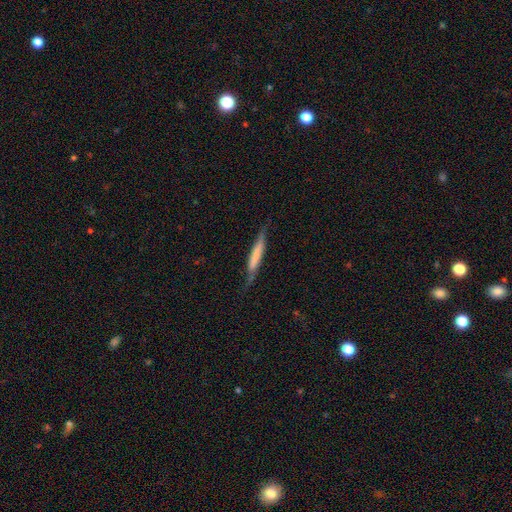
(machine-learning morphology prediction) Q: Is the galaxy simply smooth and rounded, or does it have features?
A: smooth — 52%.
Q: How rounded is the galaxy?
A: cigar-shaped — 91%.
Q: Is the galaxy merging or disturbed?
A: none — 64%.